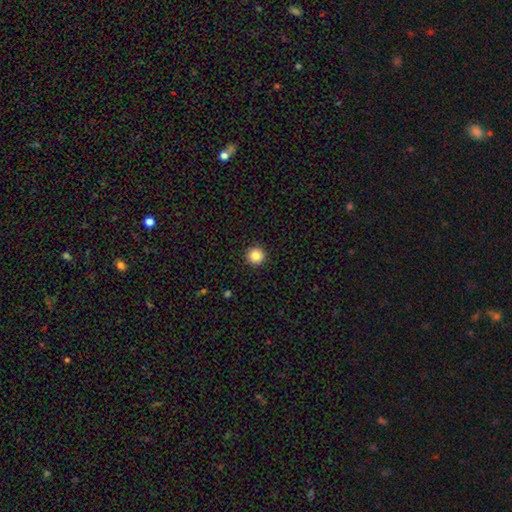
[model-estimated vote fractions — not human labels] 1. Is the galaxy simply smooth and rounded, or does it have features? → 86% smooth, 10% star or artifact, 4% featured or disk.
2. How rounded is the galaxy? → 96% round, 3% in between, 1% cigar-shaped.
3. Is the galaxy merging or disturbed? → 94% none, 4% minor disturbance, 1% major disturbance, 1% merger.